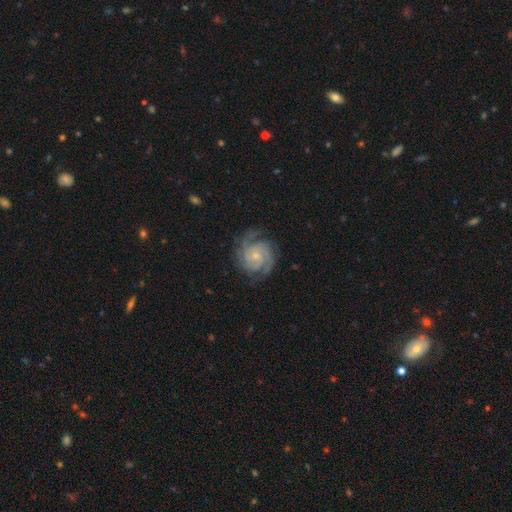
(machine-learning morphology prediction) A featured or disk galaxy (89%) with no bar (66%), 3 (35%) tight (59%) spiral arms (98%) and a small central bulge (71%).

Vote fractions:
- Smooth or featured? featured or disk: 89% / smooth: 6% / star or artifact: 5%
- Edge-on disk? no: 98% / yes: 2%
- Bar? no: 66% / weak: 28% / strong: 5%
- Spiral arms? yes: 98% / no: 2%
- Spiral winding? tight: 59% / medium: 36% / loose: 6%
- Spiral arm count? 3: 35% / 2: 34% / can't tell: 12% / 4: 9% / 1: 5% / more than 4: 5%
- Bulge size? small: 71% / moderate: 22% / none: 4% / large: 1% / dominant: 1%
- Merging? none: 76% / minor disturbance: 16% / major disturbance: 7% / merger: 1%